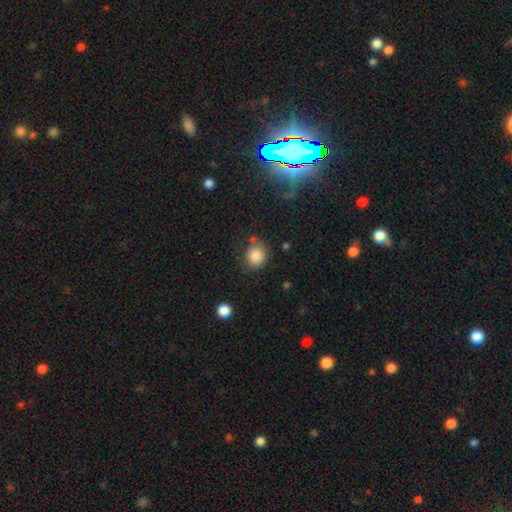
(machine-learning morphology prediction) Smooth or featured? Predicted: smooth (p=0.85). How rounded? Predicted: round (p=0.71). Merging? Predicted: none (p=0.73).